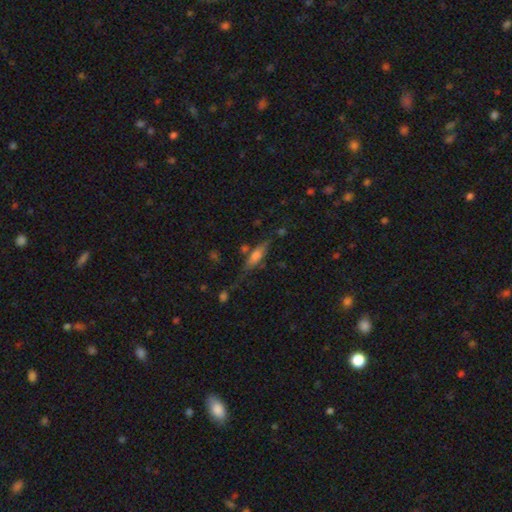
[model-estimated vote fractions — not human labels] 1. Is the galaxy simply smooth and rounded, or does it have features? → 55% smooth, 36% featured or disk, 9% star or artifact.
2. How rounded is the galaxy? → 58% cigar-shaped, 38% in between, 3% round.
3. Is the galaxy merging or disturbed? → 61% none, 22% minor disturbance, 9% major disturbance, 8% merger.